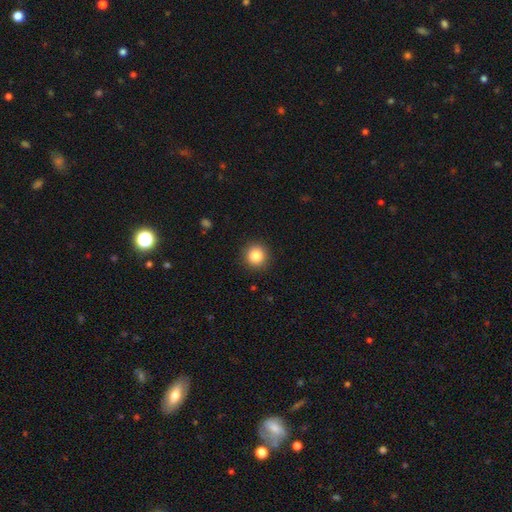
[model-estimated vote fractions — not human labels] The model was most divided on "smooth or featured": smooth: 84%, star or artifact: 10%, featured or disk: 6%. More confident: how rounded — round (94%); merging — none (91%).